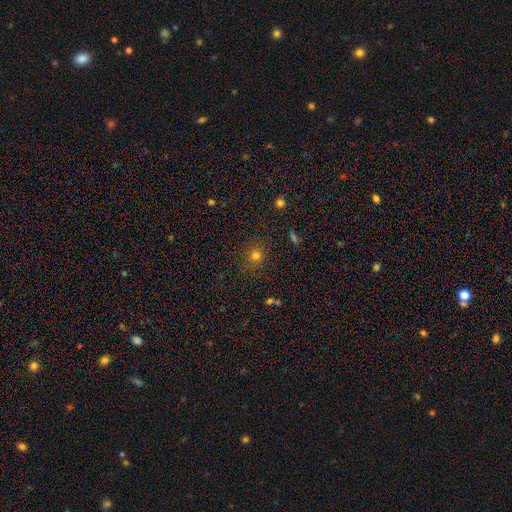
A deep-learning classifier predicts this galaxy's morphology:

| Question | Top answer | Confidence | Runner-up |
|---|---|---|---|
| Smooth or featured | smooth | 74% | star or artifact (19%) |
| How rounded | round | 87% | in between (12%) |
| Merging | none | 86% | minor disturbance (9%) |